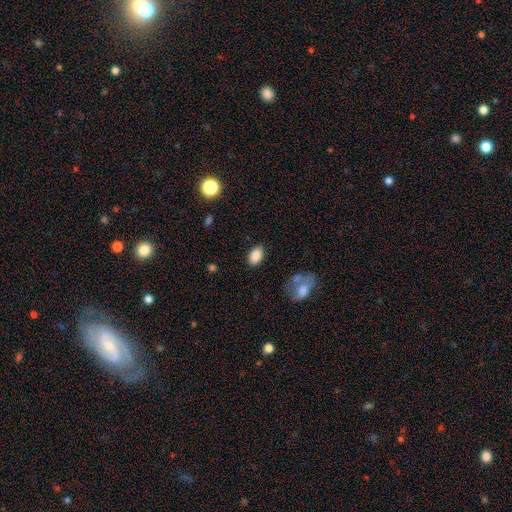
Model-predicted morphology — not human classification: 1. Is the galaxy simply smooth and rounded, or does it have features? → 87% smooth, 8% star or artifact, 5% featured or disk.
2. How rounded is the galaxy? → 92% in between, 6% round, 2% cigar-shaped.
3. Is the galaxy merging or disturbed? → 85% none, 10% minor disturbance, 3% major disturbance, 2% merger.